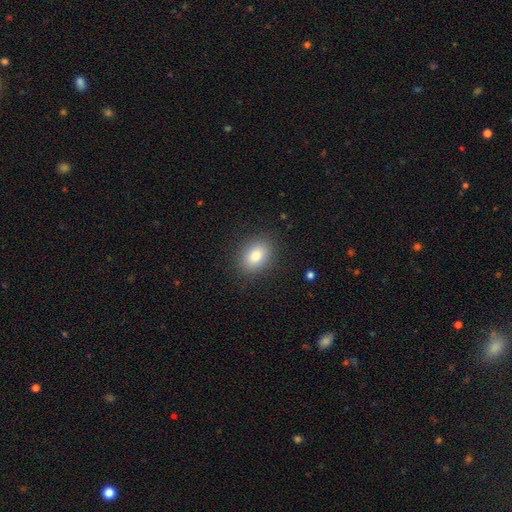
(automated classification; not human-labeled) Smooth or featured? smooth (82%)
How rounded? in between (69%)
Merging? none (87%)